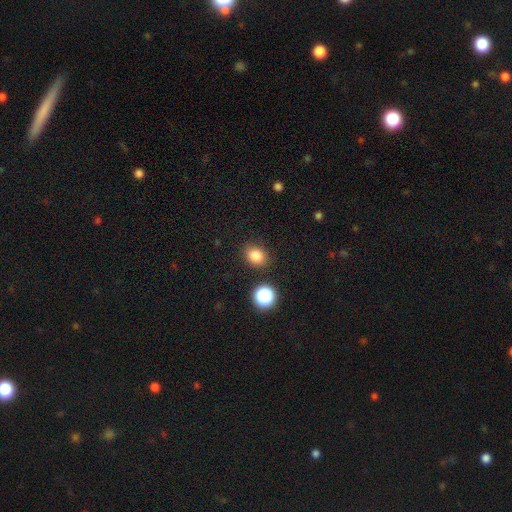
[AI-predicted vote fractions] Overall: smooth (82%). How rounded: round (56%; in between 43%). Merging: none (85%).